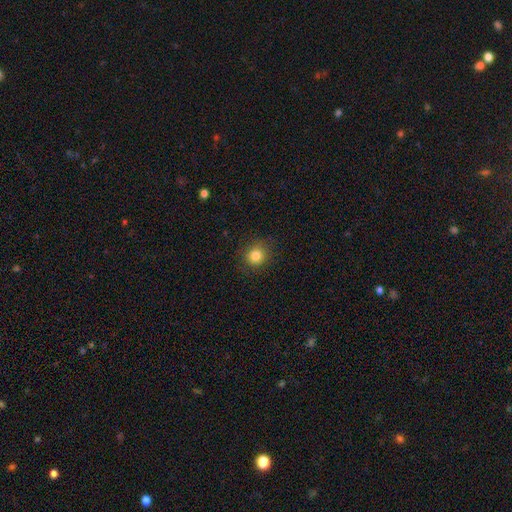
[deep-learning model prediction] Overall: smooth (83%). How rounded: round (86%). Merging: none (88%).